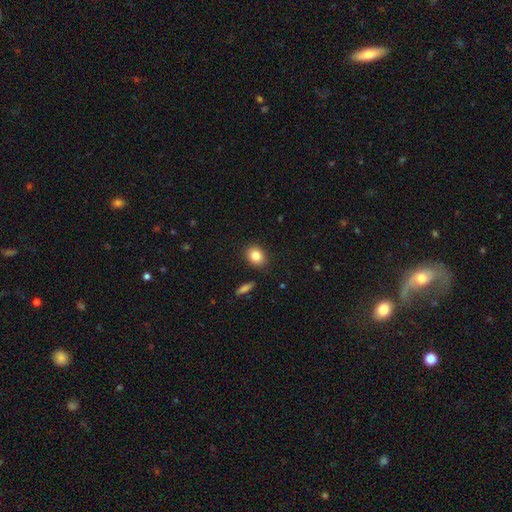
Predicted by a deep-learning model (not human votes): Morphology: type=smooth (83%); roundness=in between (51%); merging=none (88%).